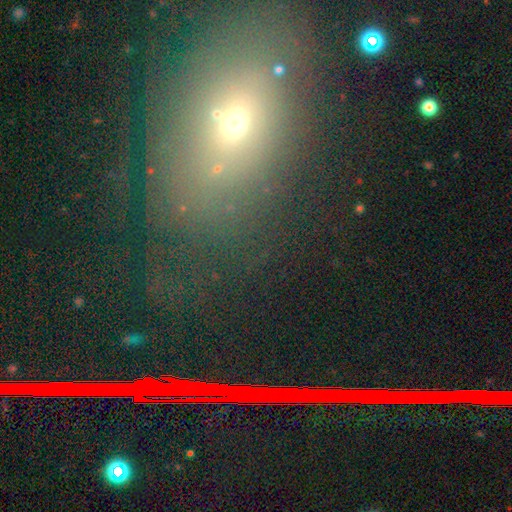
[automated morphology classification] smooth 43%, star or artifact 40%, featured or disk 17%. Down the decision tree: merging — none (75%).